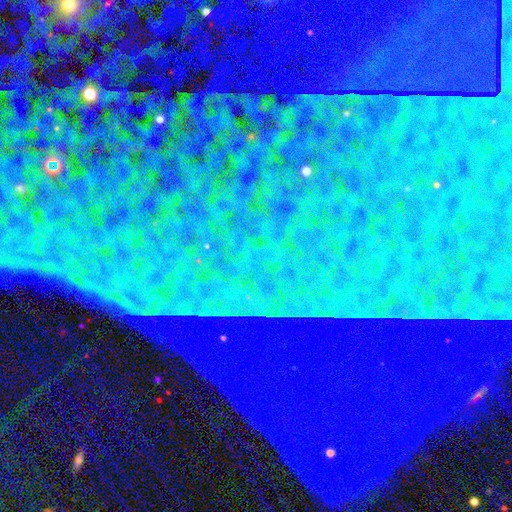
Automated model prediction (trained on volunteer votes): A star or artifact, not a galaxy (87%).

Vote fractions:
- Smooth or featured? star or artifact: 87% / featured or disk: 7% / smooth: 6%